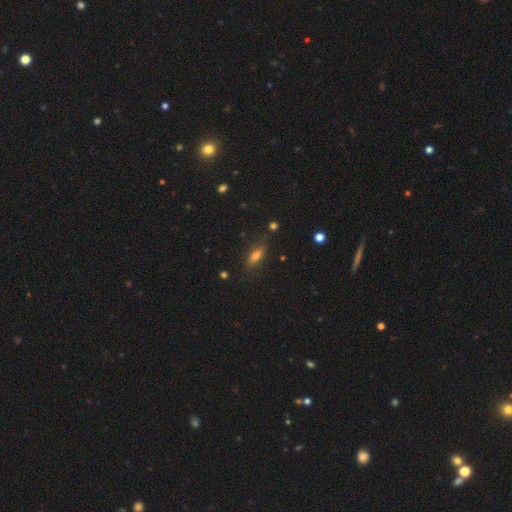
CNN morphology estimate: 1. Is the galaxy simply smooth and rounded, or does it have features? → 65% smooth, 25% featured or disk, 11% star or artifact.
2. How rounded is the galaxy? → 55% in between, 41% cigar-shaped, 4% round.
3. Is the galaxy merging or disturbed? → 81% none, 13% minor disturbance, 3% major disturbance, 2% merger.